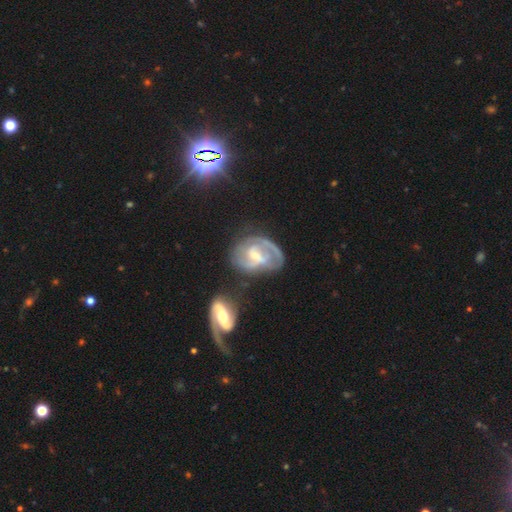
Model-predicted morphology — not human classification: A featured or disk galaxy (82%) with a weak bar (53%), 2 (66%) medium (47%) spiral arms (90%) and a small central bulge (54%).

Vote fractions:
- Smooth or featured? featured or disk: 82% / smooth: 13% / star or artifact: 5%
- Edge-on disk? no: 97% / yes: 3%
- Bar? weak: 53% / no: 24% / strong: 23%
- Spiral arms? yes: 90% / no: 10%
- Spiral winding? medium: 47% / tight: 36% / loose: 17%
- Spiral arm count? 2: 66% / can't tell: 14% / 1: 10% / 3: 6% / 4: 2% / more than 4: 2%
- Bulge size? small: 54% / moderate: 37% / none: 5% / large: 3% / dominant: 1%
- Merging? none: 51% / minor disturbance: 22% / major disturbance: 15% / merger: 12%